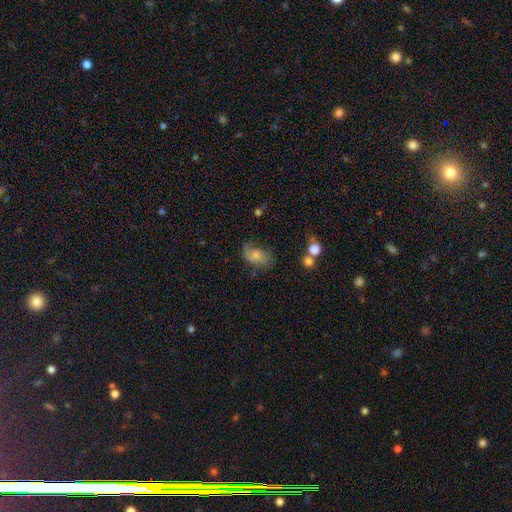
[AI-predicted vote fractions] The model was most divided on "merging": none: 42%, minor disturbance: 30%, major disturbance: 23%, merger: 5%. More confident: how rounded — in between (83%); smooth or featured — smooth (58%).